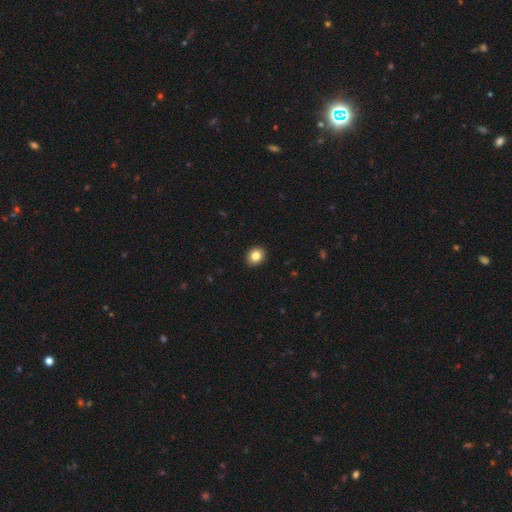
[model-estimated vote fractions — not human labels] Q: Smooth or featured?
A: smooth (84%); runner-up: star or artifact (10%)
Q: How rounded?
A: round (60%); runner-up: in between (39%)
Q: Merging?
A: none (92%); runner-up: minor disturbance (6%)